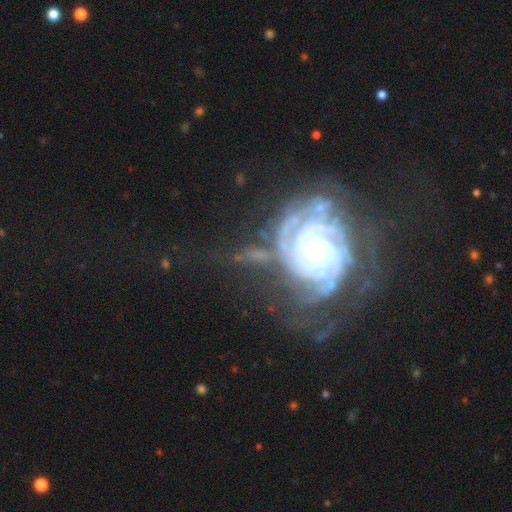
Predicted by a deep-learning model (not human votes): smooth-or-featured: featured or disk: 80% | smooth: 10% | star or artifact: 10%
  disk-edge-on: no: 96% | yes: 4%
    bar: no: 76% | weak: 16% | strong: 8%
    has-spiral-arms: yes: 91% | no: 9%
      spiral-winding: tight: 73% | medium: 21% | loose: 7%
      spiral-arm-count: can't tell: 31% | 2: 23% | 3: 17% | 4: 12% | more than 4: 9% | 1: 8%
    bulge-size: small: 63% | moderate: 31% | large: 3% | none: 2% | dominant: 1%
  merging: none: 53% | minor disturbance: 20% | major disturbance: 19% | merger: 8%